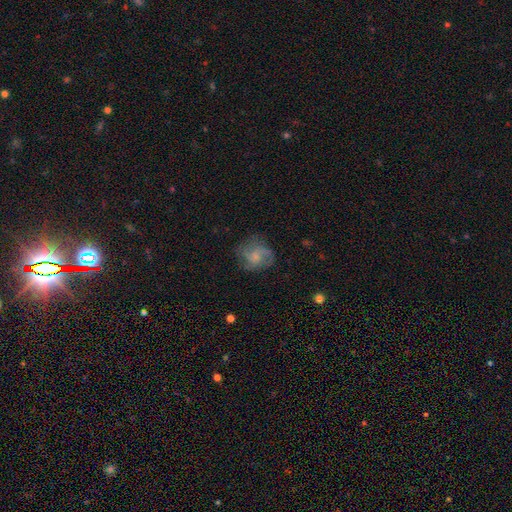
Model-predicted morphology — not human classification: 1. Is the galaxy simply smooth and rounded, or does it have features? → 64% featured or disk, 27% smooth, 9% star or artifact.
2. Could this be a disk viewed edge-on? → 98% no, 2% yes.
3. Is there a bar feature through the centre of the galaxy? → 62% no, 33% weak, 4% strong.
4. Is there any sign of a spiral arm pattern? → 90% yes, 10% no.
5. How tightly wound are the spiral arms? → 49% medium, 32% loose, 19% tight.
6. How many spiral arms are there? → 40% 2, 25% 3, 19% can't tell, 6% 1, 5% 4, 4% more than 4.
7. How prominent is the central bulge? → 47% small, 28% none, 21% moderate, 3% large, 1% dominant.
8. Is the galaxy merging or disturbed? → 66% none, 19% minor disturbance, 13% major disturbance, 1% merger.